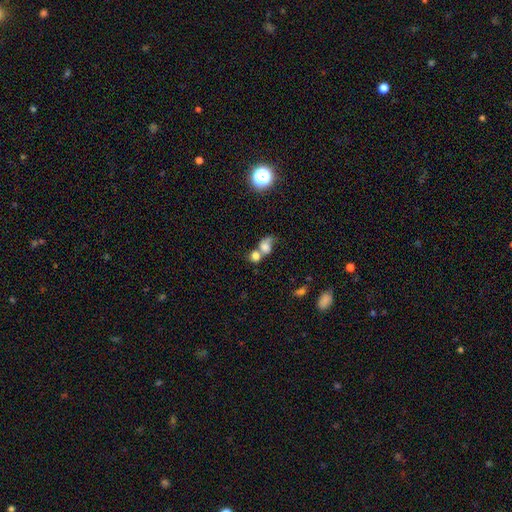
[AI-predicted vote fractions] Overall: smooth (69%). How rounded: round (55%; in between 43%). Merging: merger (68%).